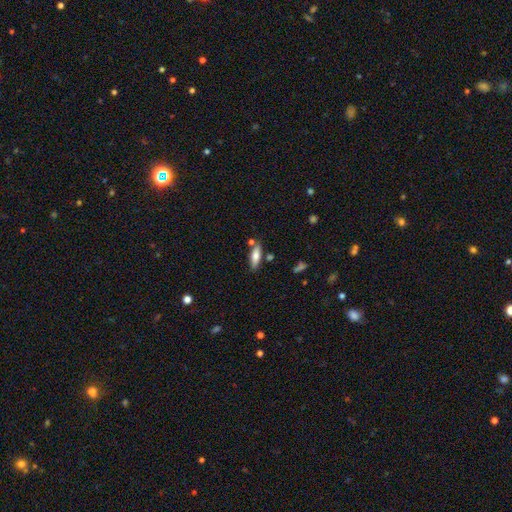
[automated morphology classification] This is likely a smooth galaxy (71%). How rounded: possibly in between (59%). Merging: likely none (77%).